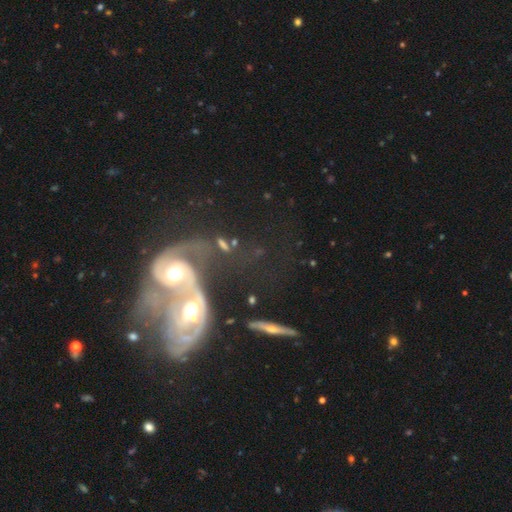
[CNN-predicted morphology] smooth-or-featured: featured or disk: 76% | smooth: 15% | star or artifact: 9%
  disk-edge-on: no: 95% | yes: 5%
    bar: no: 62% | weak: 27% | strong: 11%
    has-spiral-arms: yes: 75% | no: 25%
      spiral-winding: loose: 43% | medium: 34% | tight: 23%
      spiral-arm-count: 2: 53% | can't tell: 24% | 1: 14% | 3: 4% | 4: 3% | more than 4: 3%
    bulge-size: moderate: 62% | small: 24% | large: 7% | none: 4% | dominant: 2%
  merging: merger: 82% | major disturbance: 8% | none: 6% | minor disturbance: 4%